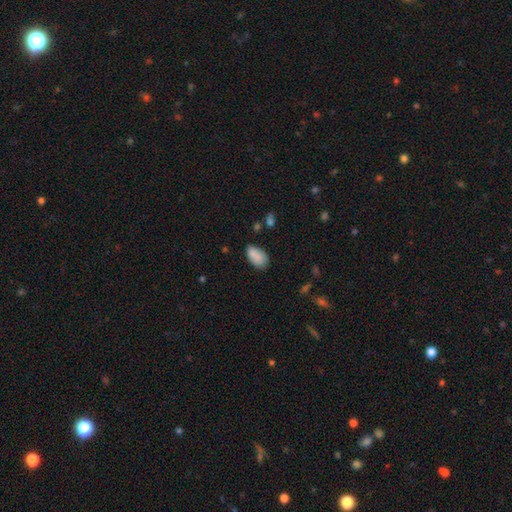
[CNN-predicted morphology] Smooth or featured? smooth (86%)
How rounded? in between (93%)
Merging? none (66%)